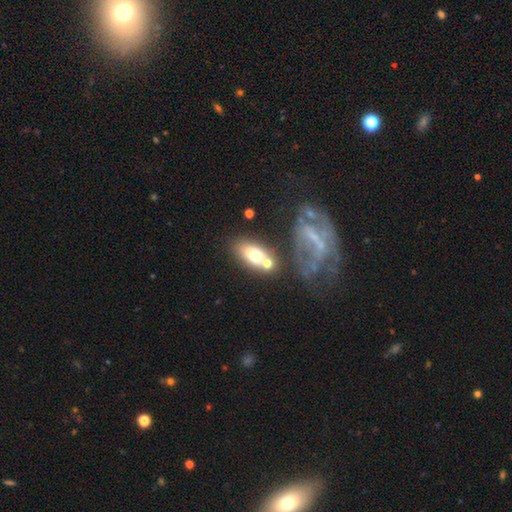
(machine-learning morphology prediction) A smooth galaxy with no disk features (65%) that is in between round and cigar-shaped (84%). Merging: none (50%).